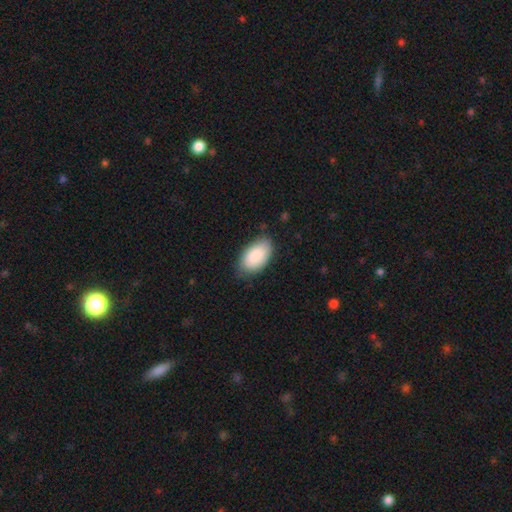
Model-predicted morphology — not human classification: Q: Smooth or featured?
A: smooth (87%); runner-up: featured or disk (7%)
Q: How rounded?
A: in between (95%); runner-up: round (4%)
Q: Merging?
A: none (78%); runner-up: minor disturbance (18%)